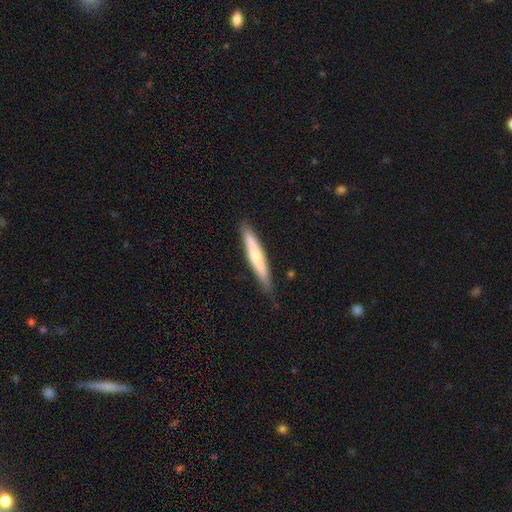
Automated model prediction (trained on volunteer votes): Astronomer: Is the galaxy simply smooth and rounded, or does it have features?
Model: smooth — 57% (runner-up: featured or disk, 38%).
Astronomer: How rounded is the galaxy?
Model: cigar-shaped — 94%.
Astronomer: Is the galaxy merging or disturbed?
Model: none — 84%.